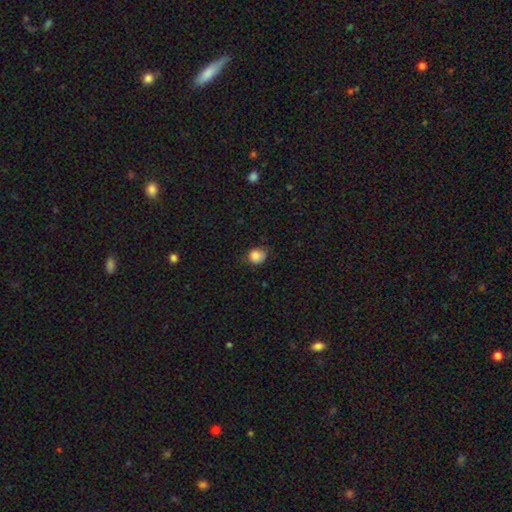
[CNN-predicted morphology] Smooth or featured? smooth (85%)
How rounded? round (74%)
Merging? none (66%)